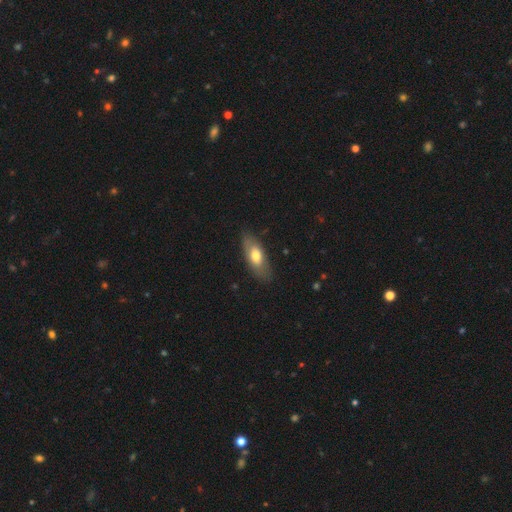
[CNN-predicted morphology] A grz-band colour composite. It shows a smooth galaxy with no disk features (68%) that is in between round and cigar-shaped (80%). Merging: none (81%).